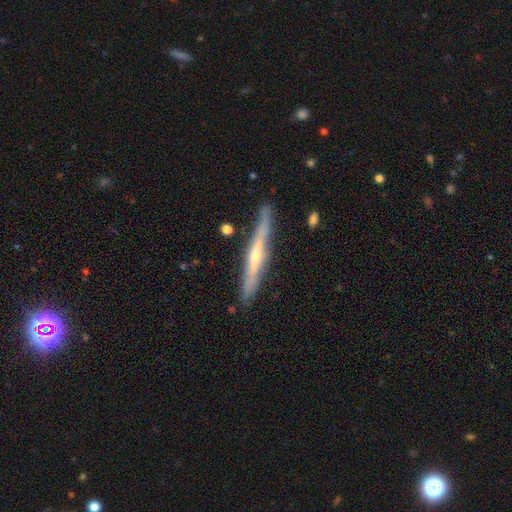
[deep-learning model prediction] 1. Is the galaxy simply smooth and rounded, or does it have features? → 70% featured or disk, 24% smooth, 6% star or artifact.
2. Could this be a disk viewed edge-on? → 95% yes, 5% no.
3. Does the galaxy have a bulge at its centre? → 69% rounded, 25% none, 6% boxy.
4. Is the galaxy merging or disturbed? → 85% none, 11% minor disturbance, 2% merger, 2% major disturbance.